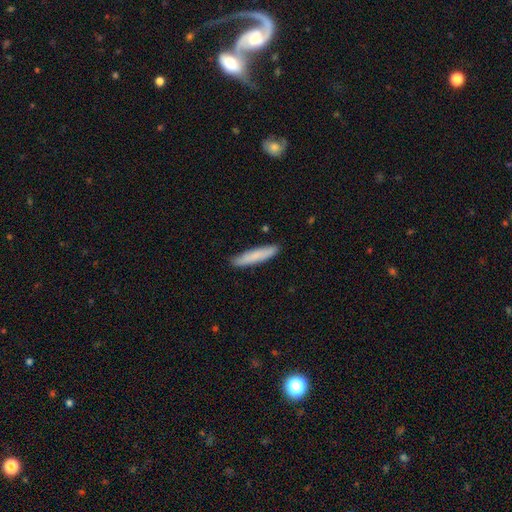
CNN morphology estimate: Smooth or featured? Predicted: smooth (p=0.81). How rounded? Predicted: cigar-shaped (p=0.90). Merging? Predicted: none (p=0.89).